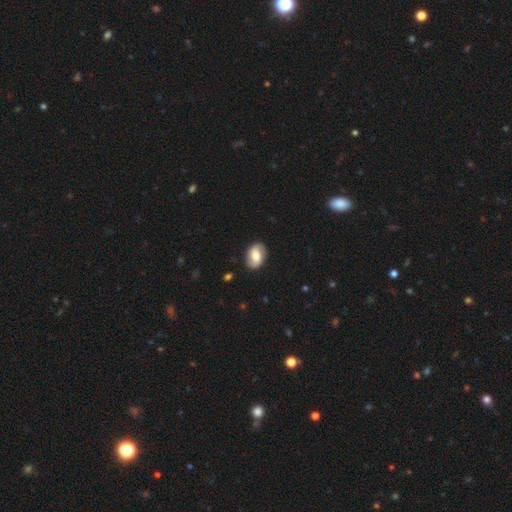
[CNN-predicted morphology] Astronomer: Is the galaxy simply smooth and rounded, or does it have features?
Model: smooth — 51% (runner-up: featured or disk, 41%).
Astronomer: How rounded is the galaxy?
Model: in between — 82%.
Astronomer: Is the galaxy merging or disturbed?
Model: none — 83%.